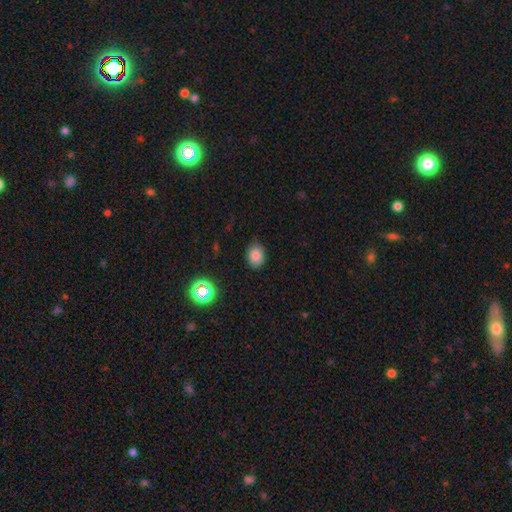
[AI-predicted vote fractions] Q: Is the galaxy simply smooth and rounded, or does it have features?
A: smooth — 82%.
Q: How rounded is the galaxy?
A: in between — 61%.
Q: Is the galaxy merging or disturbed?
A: none — 85%.